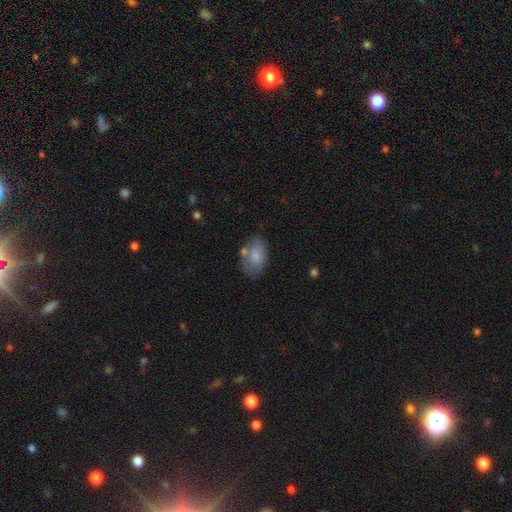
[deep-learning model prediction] Q: Smooth or featured?
A: smooth (79%); runner-up: featured or disk (14%)
Q: How rounded?
A: in between (90%); runner-up: round (8%)
Q: Merging?
A: none (62%); runner-up: minor disturbance (21%)